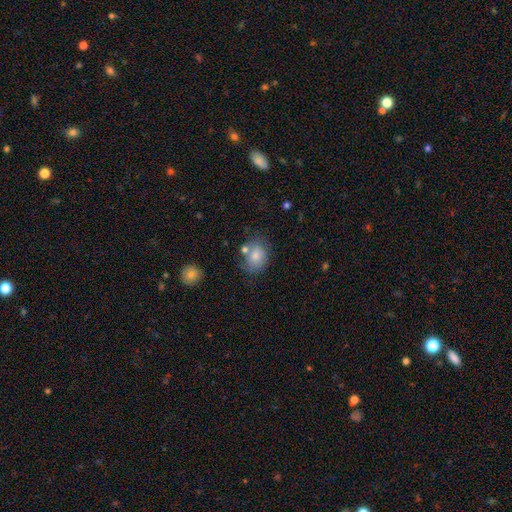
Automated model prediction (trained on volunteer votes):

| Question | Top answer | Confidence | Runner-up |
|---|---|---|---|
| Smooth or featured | smooth | 78% | featured or disk (13%) |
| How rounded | in between | 55% | round (44%) |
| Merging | none | 59% | minor disturbance (20%) |